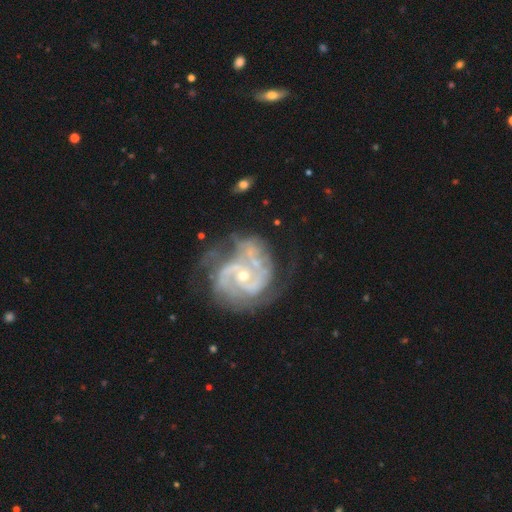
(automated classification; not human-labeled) featured or disk 89%, star or artifact 6%, smooth 5%. Down the decision tree: edge-on disk — no (98%); bar — no (62%); spiral arms — yes (96%); spiral arm count — 2 (45%); spiral winding — tight (46%); bulge size — small (62%); merging — none (52%).